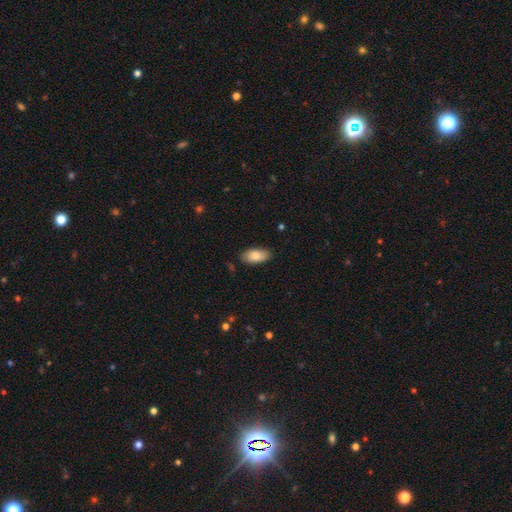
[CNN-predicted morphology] The model was most divided on "merging": none: 84%, minor disturbance: 12%, major disturbance: 2%, merger: 1%. More confident: how rounded — in between (92%); smooth or featured — smooth (84%).